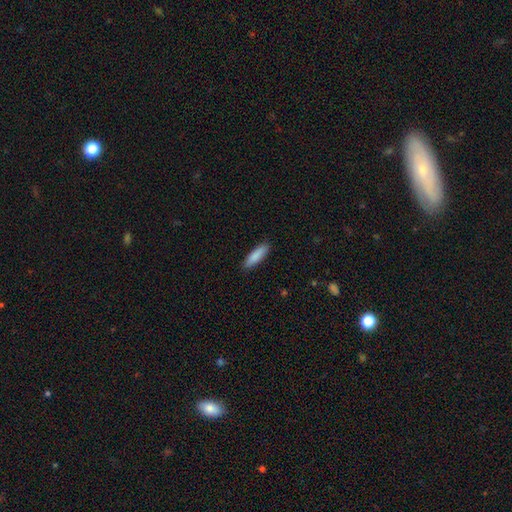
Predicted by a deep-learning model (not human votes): smooth 88%, featured or disk 7%, star or artifact 6%. Down the decision tree: how rounded — cigar-shaped (63%); merging — none (89%).